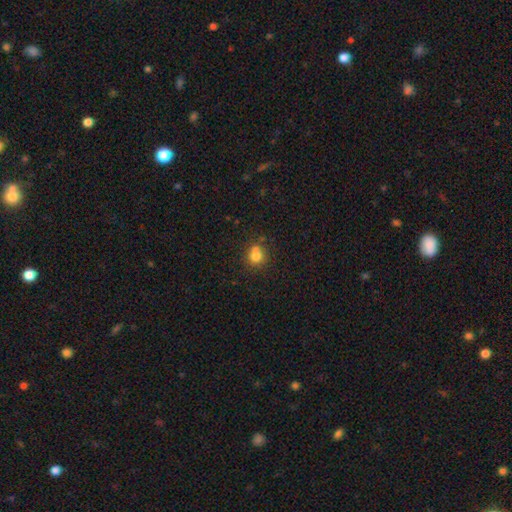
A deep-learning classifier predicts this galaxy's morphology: Overall: smooth (78%). How rounded: round (85%). Merging: none (59%; merger 23%).